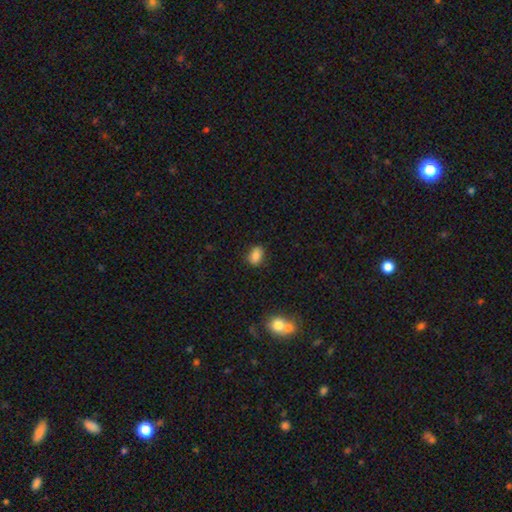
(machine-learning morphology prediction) A smooth galaxy with no disk features (83%) that is in between round and cigar-shaped (73%).

Vote fractions:
- Smooth or featured? smooth: 83% / star or artifact: 9% / featured or disk: 7%
- How rounded? in between: 73% / round: 25% / cigar-shaped: 2%
- Merging? none: 84% / minor disturbance: 12% / major disturbance: 2% / merger: 2%